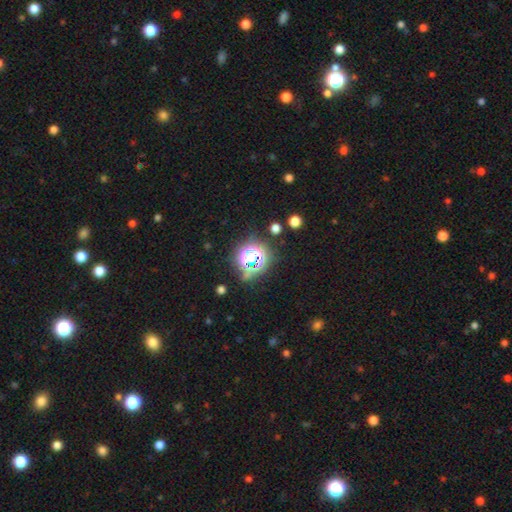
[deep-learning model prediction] Q: Smooth or featured?
A: star or artifact (59%); runner-up: smooth (30%)